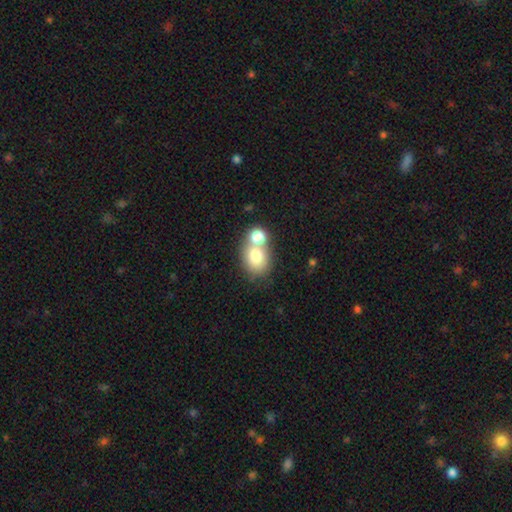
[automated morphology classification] smooth-or-featured: smooth: 76% | featured or disk: 15% | star or artifact: 9%
  how-rounded: in between: 50% | round: 49% | cigar-shaped: 1%
  merging: merger: 58% | none: 31% | minor disturbance: 8% | major disturbance: 3%